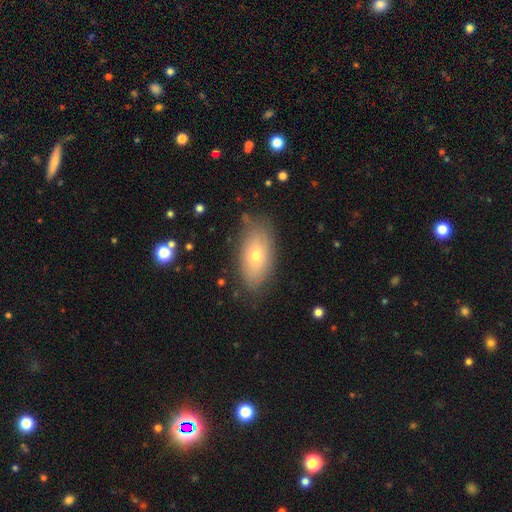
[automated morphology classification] Smooth or featured?
  - smooth: 65% *
  - featured or disk: 27%
  - star or artifact: 9%
How rounded?
  - in between: 89% *
  - cigar-shaped: 6%
  - round: 5%
Merging?
  - none: 80% *
  - minor disturbance: 15%
  - major disturbance: 4%
  - merger: 2%